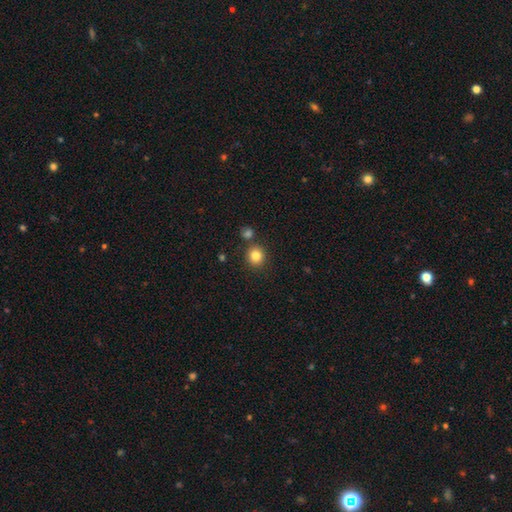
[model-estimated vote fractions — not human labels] Smooth or featured? Predicted: smooth (p=0.83). How rounded? Predicted: round (p=0.88). Merging? Predicted: none (p=0.81).